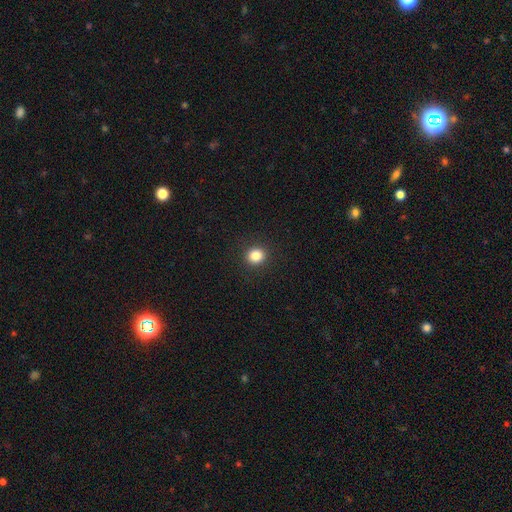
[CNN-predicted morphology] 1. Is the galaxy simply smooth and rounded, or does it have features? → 85% smooth, 11% star or artifact, 4% featured or disk.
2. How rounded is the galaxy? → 86% round, 13% in between, 1% cigar-shaped.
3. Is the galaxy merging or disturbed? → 92% none, 5% minor disturbance, 2% major disturbance, 1% merger.